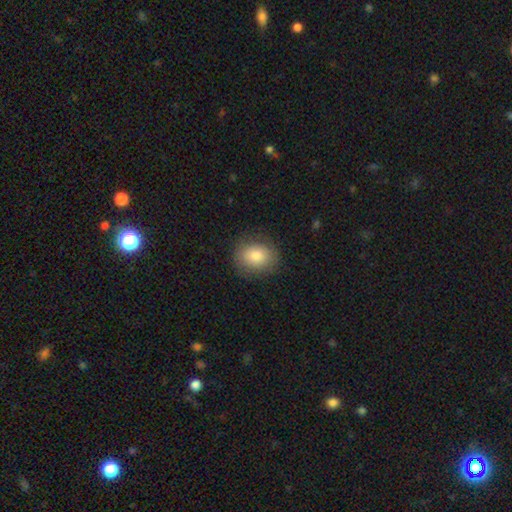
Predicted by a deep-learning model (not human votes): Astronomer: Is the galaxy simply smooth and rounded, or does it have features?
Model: smooth — 81%.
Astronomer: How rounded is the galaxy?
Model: round — 62% (runner-up: in between, 37%).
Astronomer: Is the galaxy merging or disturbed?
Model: none — 84%.